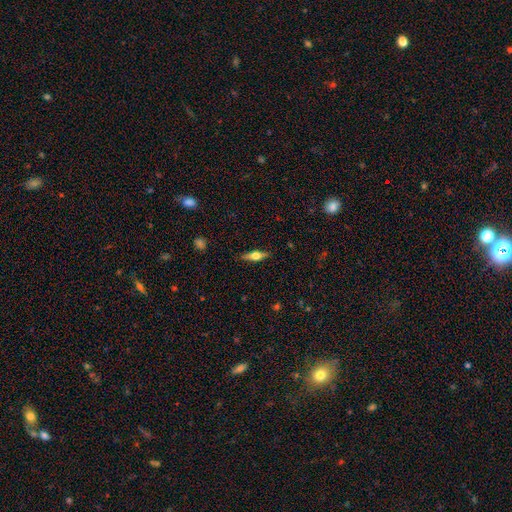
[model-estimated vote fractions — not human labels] featured or disk 56%, smooth 37%, star or artifact 7%. Down the decision tree: edge-on disk — yes (95%); edge-on bulge — rounded (93%); merging — none (88%).